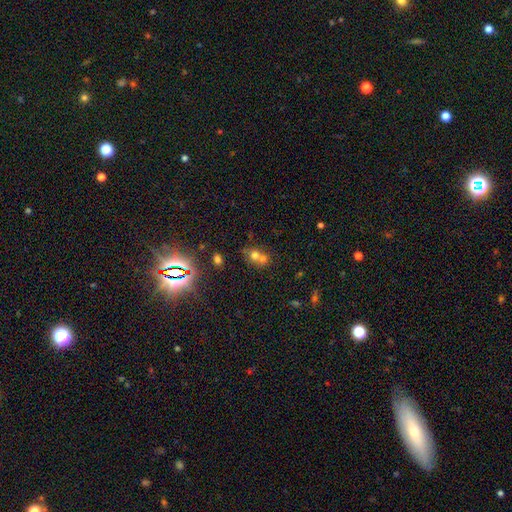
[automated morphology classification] A smooth galaxy with no disk features (57%) that is round (69%). Merging: merger (56%).